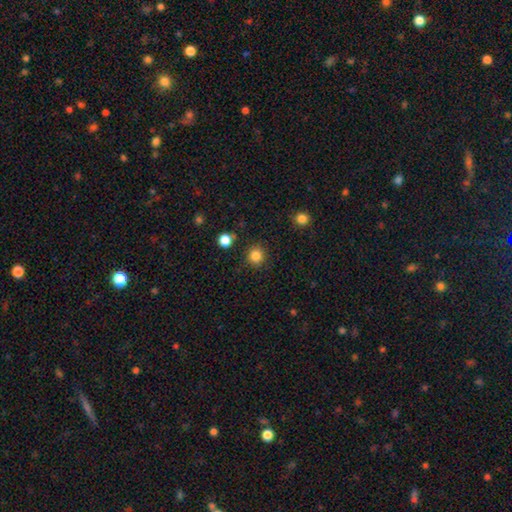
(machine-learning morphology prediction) smooth 84%, star or artifact 12%, featured or disk 4%. Down the decision tree: how rounded — round (91%); merging — none (87%).